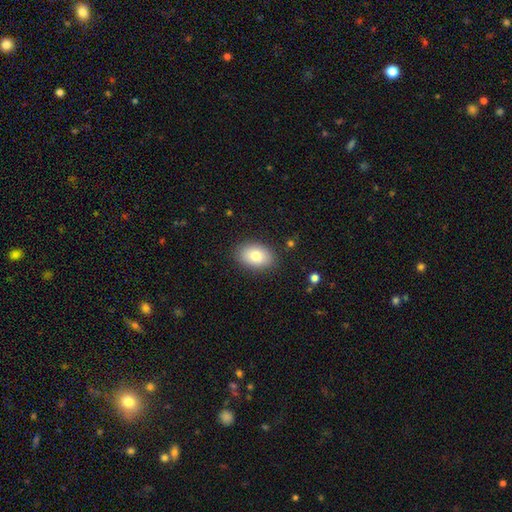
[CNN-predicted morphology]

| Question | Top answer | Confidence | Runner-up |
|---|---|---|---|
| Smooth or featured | smooth | 80% | featured or disk (12%) |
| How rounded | in between | 83% | round (16%) |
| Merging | none | 87% | minor disturbance (9%) |